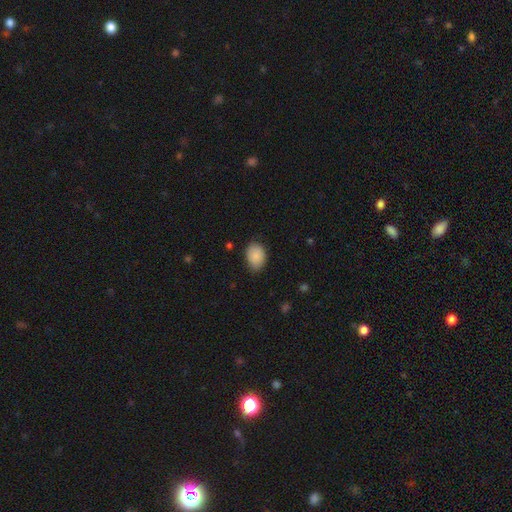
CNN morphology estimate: smooth 86%, star or artifact 7%, featured or disk 7%. Down the decision tree: how rounded — in between (74%); merging — none (74%).